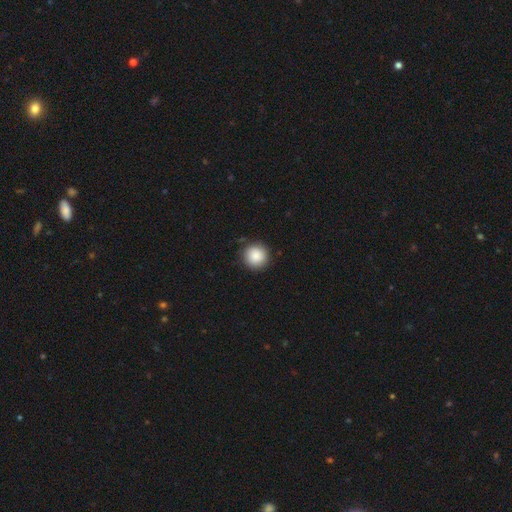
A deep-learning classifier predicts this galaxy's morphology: This is clearly a smooth galaxy (88%). How rounded: clearly round (95%). Merging: clearly none (88%).